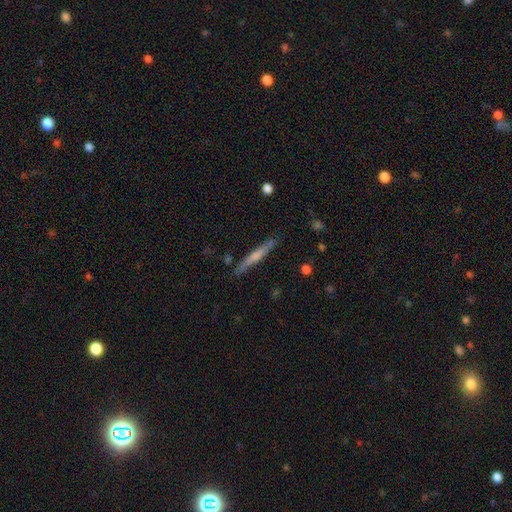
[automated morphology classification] Overall: smooth (50%; featured or disk 44%). How rounded: cigar-shaped (95%). Merging: none (86%).